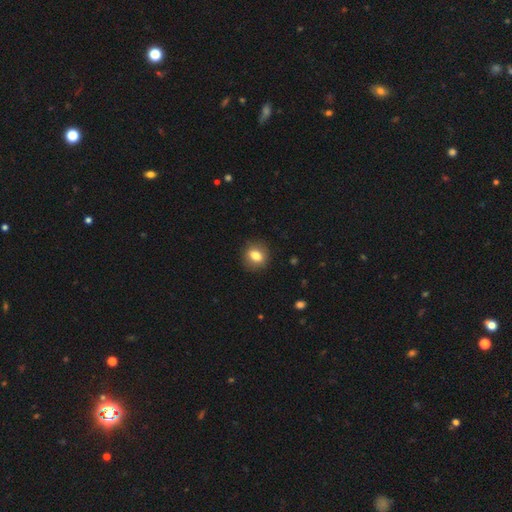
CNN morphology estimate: A smooth galaxy with no disk features (78%) that is round (65%).

Vote fractions:
- Smooth or featured? smooth: 78% / featured or disk: 13% / star or artifact: 9%
- How rounded? round: 65% / in between: 34% / cigar-shaped: 1%
- Merging? none: 88% / minor disturbance: 9% / major disturbance: 3% / merger: 1%